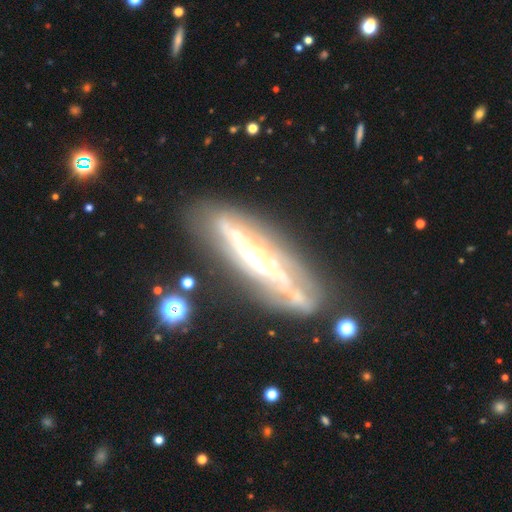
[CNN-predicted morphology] Smooth or featured: featured or disk — 83% (smooth — 11%)
Edge-on disk: yes — 61% (no — 39%)
Edge-on bulge: rounded — 73% (none — 21%)
Merging: none — 71% (minor disturbance — 17%)